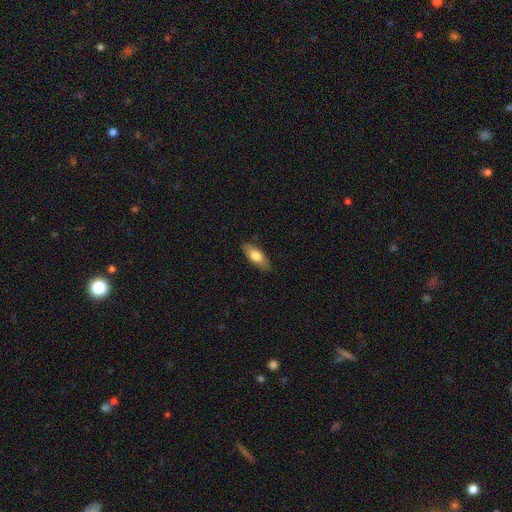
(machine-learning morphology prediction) A smooth galaxy with no disk features (75%) that is in between round and cigar-shaped (72%).

Vote fractions:
- Smooth or featured? smooth: 75% / featured or disk: 19% / star or artifact: 6%
- How rounded? in between: 72% / cigar-shaped: 25% / round: 3%
- Merging? none: 85% / minor disturbance: 12% / major disturbance: 2% / merger: 1%